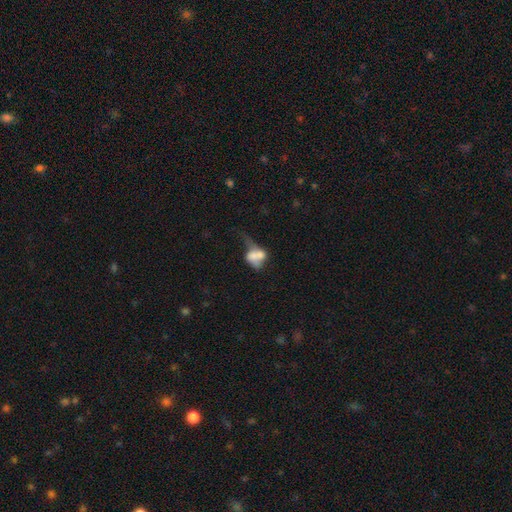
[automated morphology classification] A smooth galaxy with no disk features (54%) that is in between round and cigar-shaped (67%).

Vote fractions:
- Smooth or featured? smooth: 54% / featured or disk: 35% / star or artifact: 11%
- How rounded? in between: 67% / round: 29% / cigar-shaped: 4%
- Merging? merger: 49% / major disturbance: 23% / none: 16% / minor disturbance: 12%